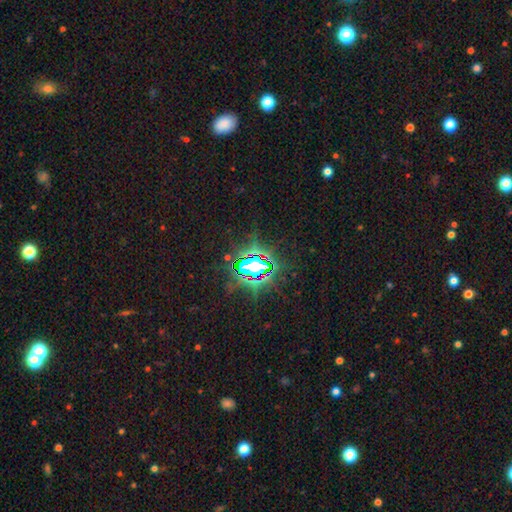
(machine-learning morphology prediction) smooth-or-featured: star or artifact: 83% | smooth: 10% | featured or disk: 7%